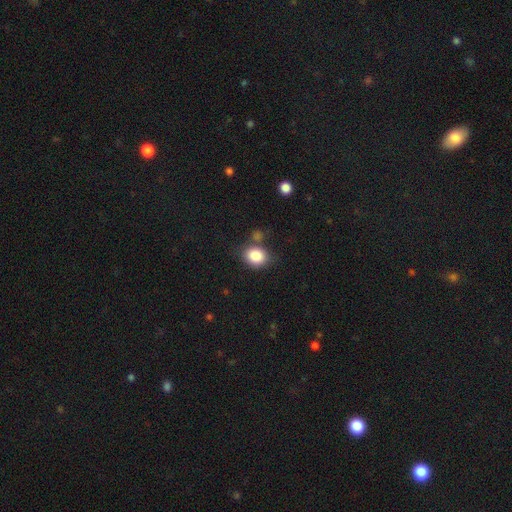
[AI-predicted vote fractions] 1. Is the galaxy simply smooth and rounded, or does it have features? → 86% smooth, 9% star or artifact, 5% featured or disk.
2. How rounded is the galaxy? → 51% round, 48% in between, 1% cigar-shaped.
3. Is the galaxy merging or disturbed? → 67% none, 16% minor disturbance, 12% merger, 5% major disturbance.